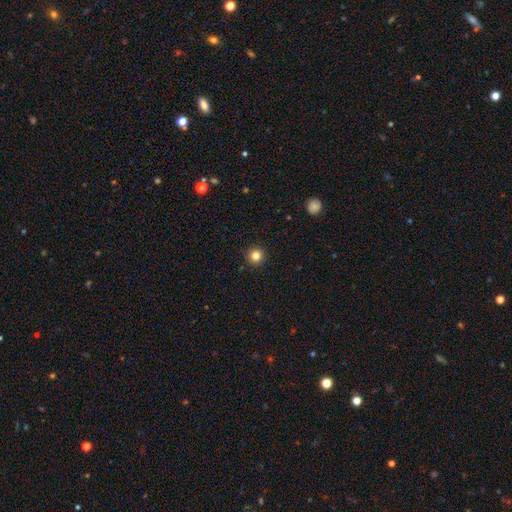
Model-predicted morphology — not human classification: Smooth or featured?
  - smooth: 82% *
  - star or artifact: 12%
  - featured or disk: 5%
How rounded?
  - round: 96% *
  - in between: 3%
  - cigar-shaped: 1%
Merging?
  - none: 93% *
  - minor disturbance: 5%
  - major disturbance: 2%
  - merger: 1%